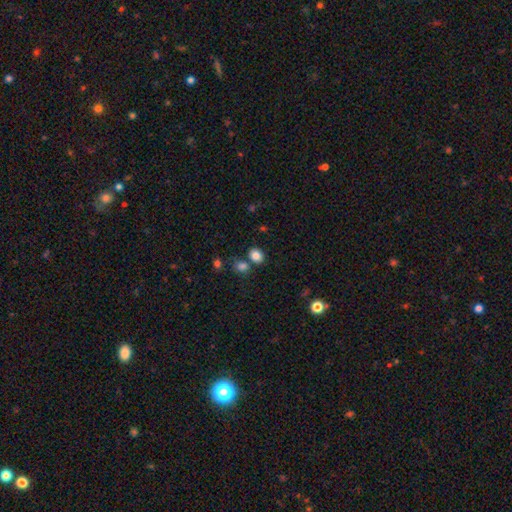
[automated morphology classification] Q: Smooth or featured?
A: smooth (84%); runner-up: star or artifact (11%)
Q: How rounded?
A: round (51%); runner-up: in between (48%)
Q: Merging?
A: none (71%); runner-up: merger (15%)